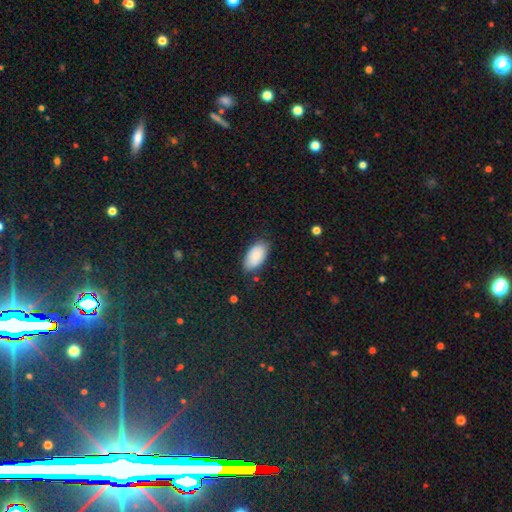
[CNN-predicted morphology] Smooth or featured? smooth (85%)
How rounded? in between (95%)
Merging? none (76%)